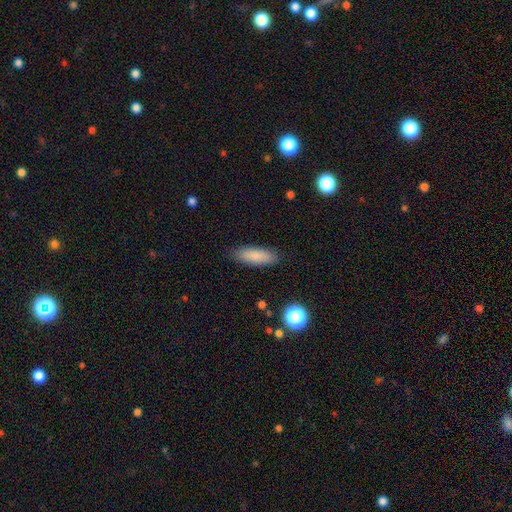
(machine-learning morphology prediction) smooth_or_featured: smooth (p=0.84) [alt: featured or disk p=0.08]
how_rounded: in between (p=0.51) [alt: cigar-shaped p=0.47]
merging: none (p=0.87) [alt: minor disturbance p=0.09]